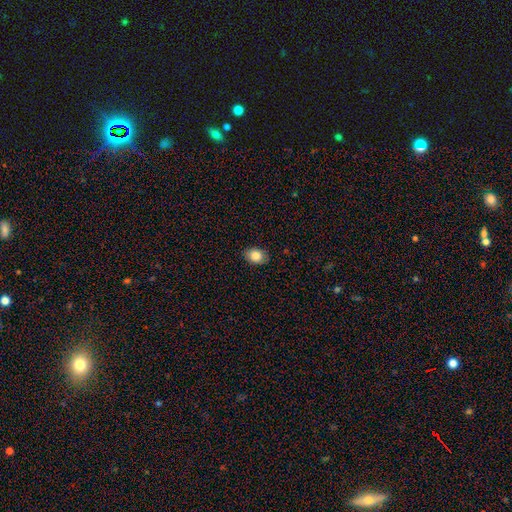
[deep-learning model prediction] The model was most divided on "how rounded": in between: 70%, round: 29%, cigar-shaped: 1%. More confident: merging — none (87%); smooth or featured — smooth (84%).